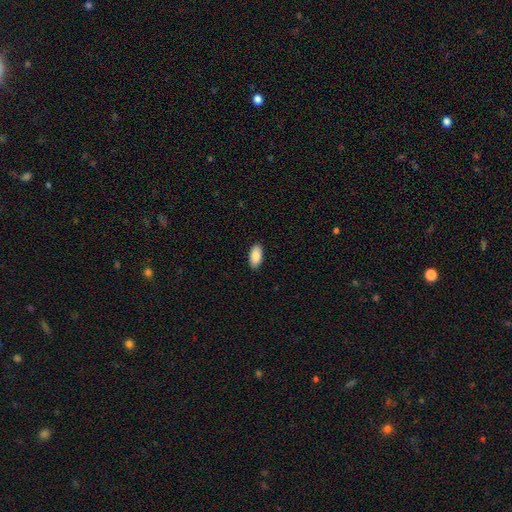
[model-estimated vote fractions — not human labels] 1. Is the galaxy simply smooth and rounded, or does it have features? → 89% smooth, 6% star or artifact, 5% featured or disk.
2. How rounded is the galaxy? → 94% in between, 4% cigar-shaped, 2% round.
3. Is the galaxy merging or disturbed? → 89% none, 8% minor disturbance, 2% major disturbance, 1% merger.